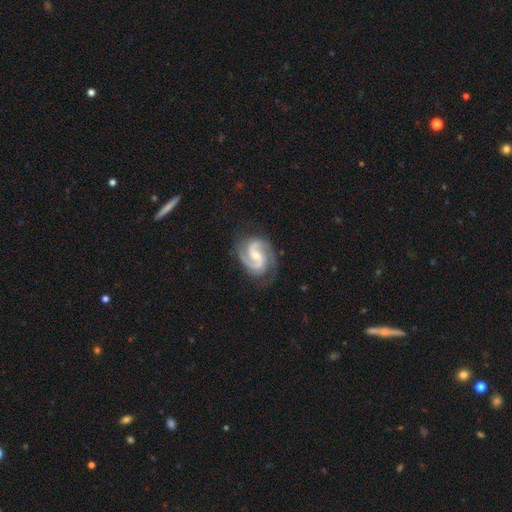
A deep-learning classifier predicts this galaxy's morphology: The model was most divided on "bar": weak: 44%, no: 40%, strong: 15%. Remaining: spiral arms — yes (99%); edge-on disk — no (98%); smooth or featured — featured or disk (92%); spiral arm count — 2 (81%); merging — none (77%); spiral winding — medium (55%); bulge size — small (49%).